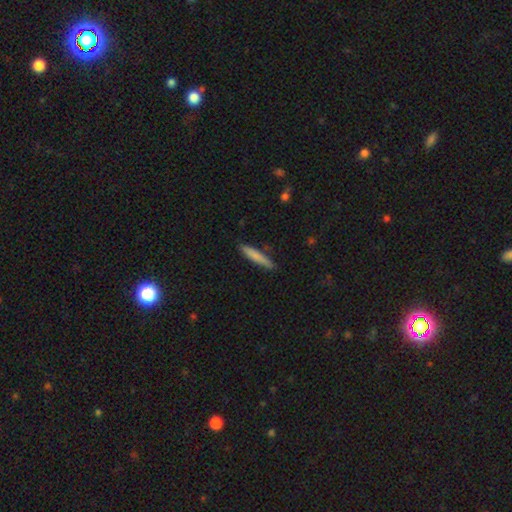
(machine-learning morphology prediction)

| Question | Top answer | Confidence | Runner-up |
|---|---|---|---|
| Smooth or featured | smooth | 76% | featured or disk (18%) |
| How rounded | cigar-shaped | 91% | in between (8%) |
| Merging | none | 85% | minor disturbance (11%) |